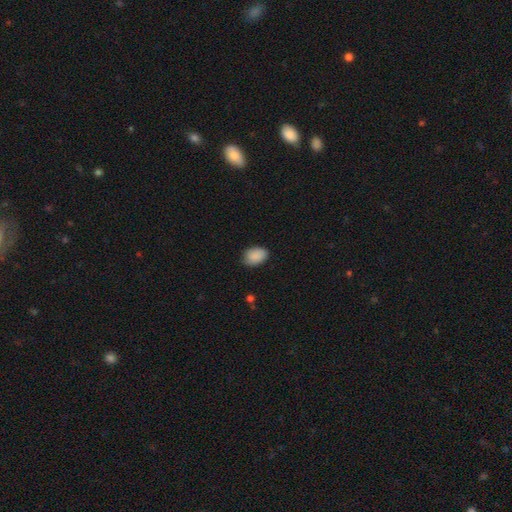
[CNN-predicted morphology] Overall: smooth (90%). How rounded: in between (83%). Merging: none (82%).